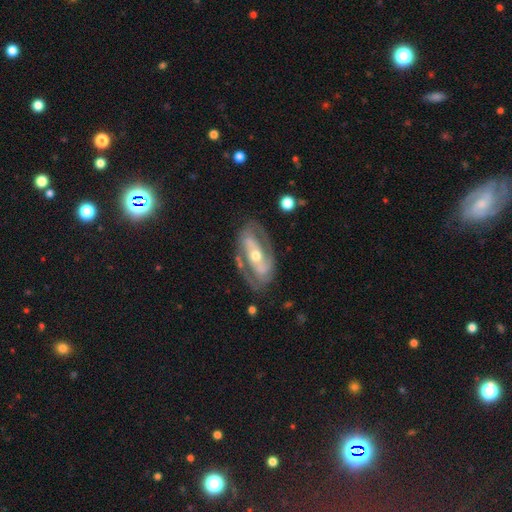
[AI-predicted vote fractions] The model was most divided on "spiral winding": medium: 43%, tight: 40%, loose: 17%. Remaining: edge-on disk — no (93%); spiral arms — yes (84%); spiral arm count — 2 (84%); smooth or featured — featured or disk (84%); merging — none (73%); bulge size — moderate (59%); bar — strong (45%).